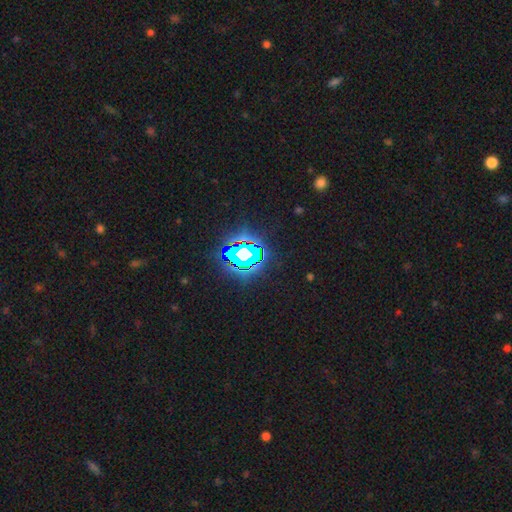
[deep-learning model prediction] Smooth or featured?
  - star or artifact: 82% *
  - smooth: 11%
  - featured or disk: 7%